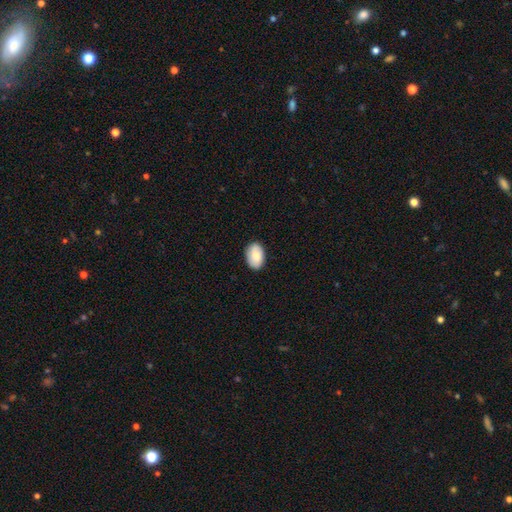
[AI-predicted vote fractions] Smooth or featured: smooth — 86% (featured or disk — 8%)
How rounded: in between — 90% (round — 9%)
Merging: none — 87% (minor disturbance — 10%)